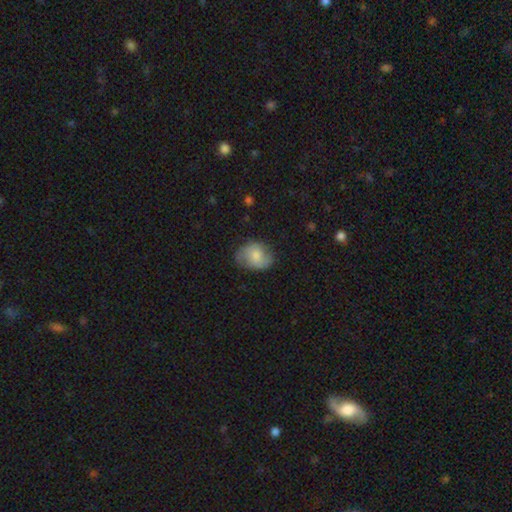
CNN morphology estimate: Q: Smooth or featured?
A: smooth (68%); runner-up: featured or disk (25%)
Q: How rounded?
A: in between (63%); runner-up: round (36%)
Q: Merging?
A: none (64%); runner-up: minor disturbance (27%)